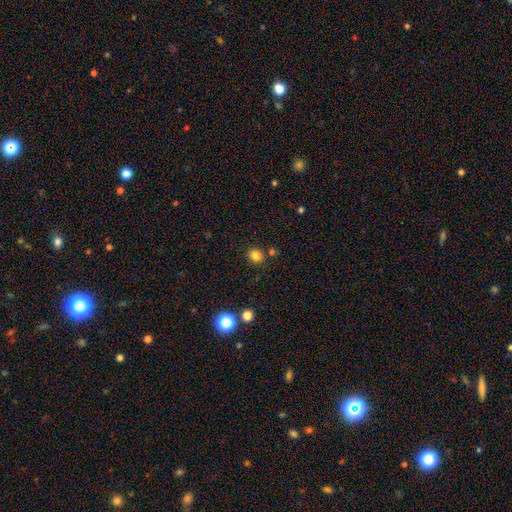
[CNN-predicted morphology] A smooth galaxy with no disk features (82%) that is round (77%). Merging: none (83%).